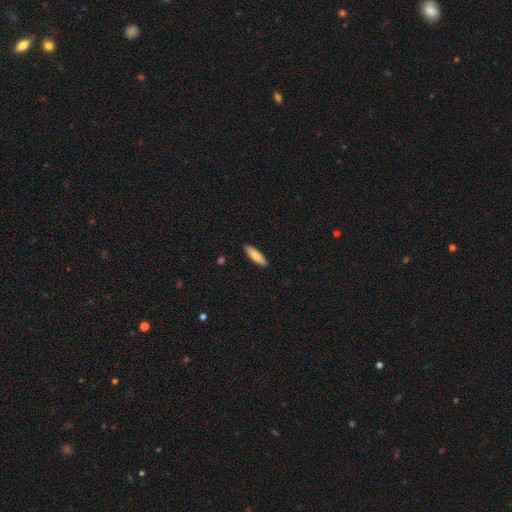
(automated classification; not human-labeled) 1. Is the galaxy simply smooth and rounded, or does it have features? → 76% smooth, 18% featured or disk, 5% star or artifact.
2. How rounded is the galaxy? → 63% cigar-shaped, 35% in between, 2% round.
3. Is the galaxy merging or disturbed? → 90% none, 7% minor disturbance, 1% major disturbance, 1% merger.